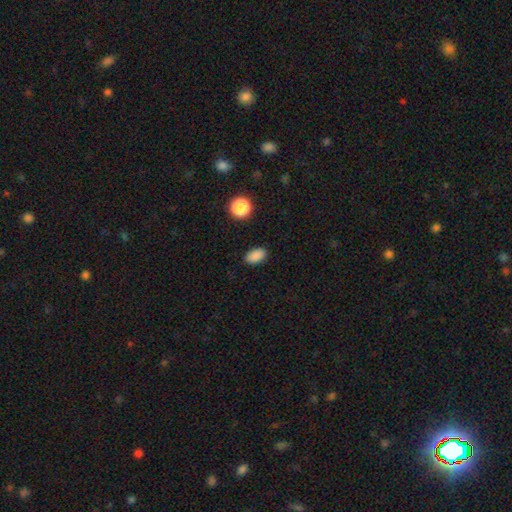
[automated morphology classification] Smooth or featured? smooth (86%)
How rounded? in between (88%)
Merging? none (88%)